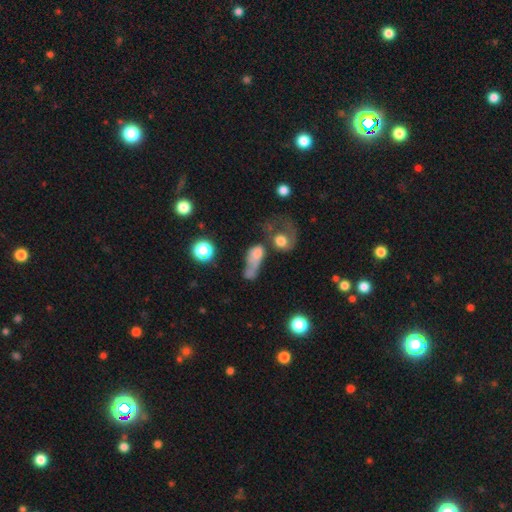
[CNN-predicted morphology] This is possibly a smooth galaxy (59%). How rounded: likely in between (64%). Merging: marginally merger (43%).